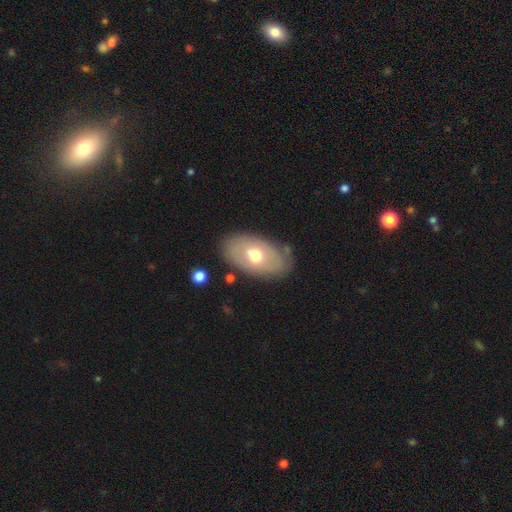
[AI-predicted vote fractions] Smooth or featured? smooth (51%)
How rounded? in between (91%)
Merging? none (74%)